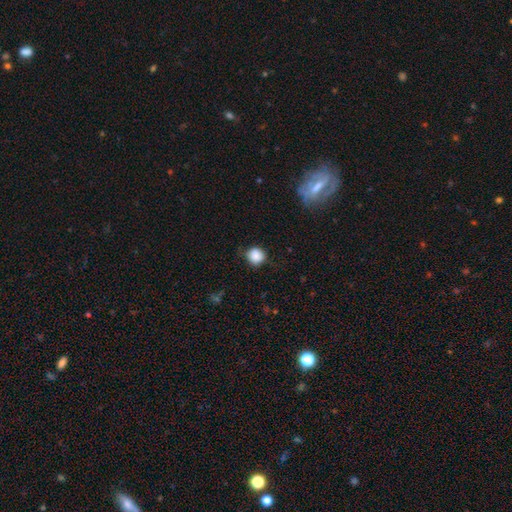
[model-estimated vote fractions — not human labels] smooth_or_featured: smooth (p=0.86) [alt: star or artifact p=0.09]
how_rounded: round (p=0.90) [alt: in between p=0.09]
merging: none (p=0.74) [alt: minor disturbance p=0.19]